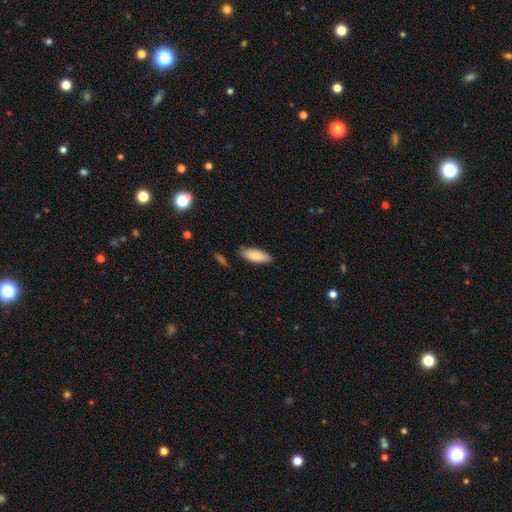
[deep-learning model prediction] smooth 81%, featured or disk 13%, star or artifact 6%. Down the decision tree: how rounded — in between (79%); merging — none (79%).